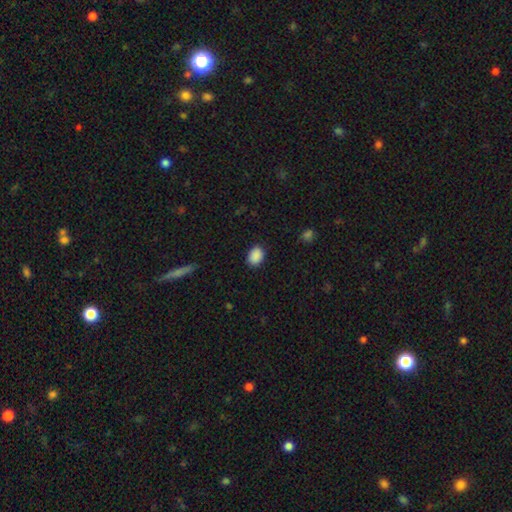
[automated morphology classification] type=smooth (89%); roundness=in between (69%); merging=none (86%).